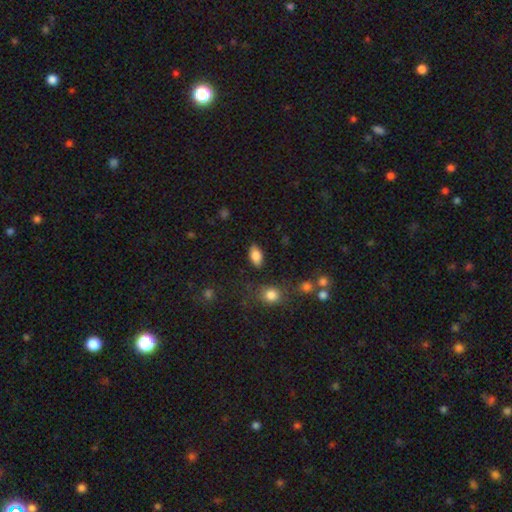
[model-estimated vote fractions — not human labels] A smooth galaxy with no disk features (85%) that is in between round and cigar-shaped (91%).

Vote fractions:
- Smooth or featured? smooth: 85% / star or artifact: 8% / featured or disk: 6%
- How rounded? in between: 91% / round: 6% / cigar-shaped: 3%
- Merging? none: 83% / minor disturbance: 11% / major disturbance: 3% / merger: 2%